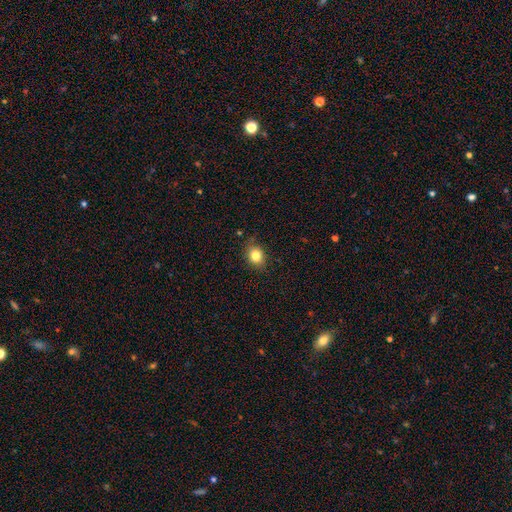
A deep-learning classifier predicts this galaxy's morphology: smooth 82%, star or artifact 11%, featured or disk 7%. Down the decision tree: how rounded — round (57%); merging — none (81%).